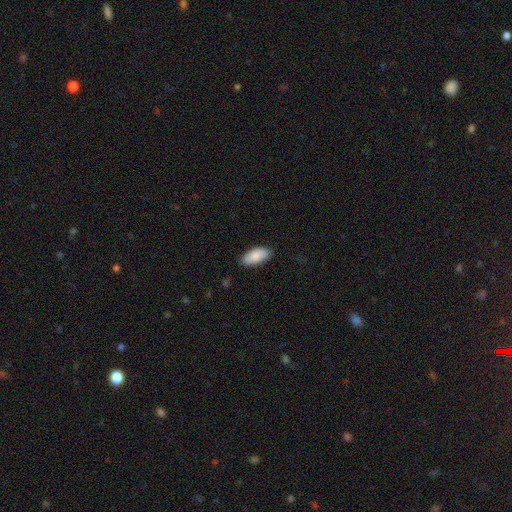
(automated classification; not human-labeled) Smooth or featured: smooth — 87% (featured or disk — 7%)
How rounded: in between — 91% (cigar-shaped — 7%)
Merging: none — 82% (minor disturbance — 14%)